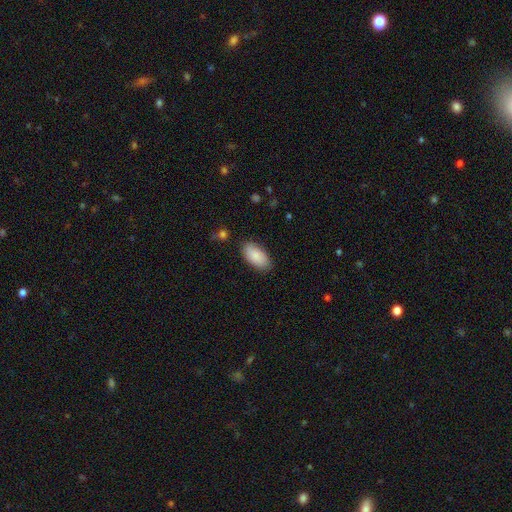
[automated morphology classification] Smooth or featured? Predicted: smooth (p=0.87). How rounded? Predicted: in between (p=0.94). Merging? Predicted: none (p=0.84).